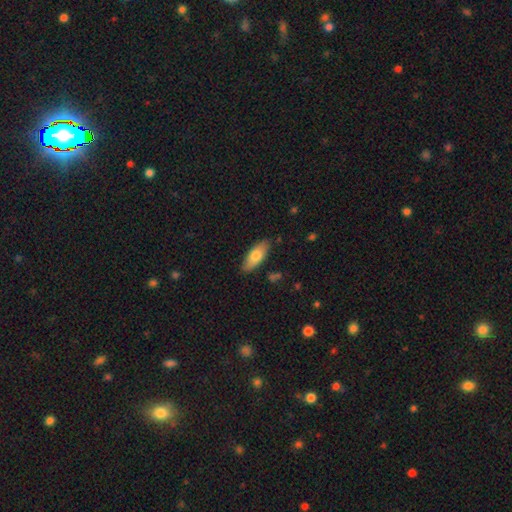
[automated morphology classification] smooth 74%, featured or disk 20%, star or artifact 6%. Down the decision tree: how rounded — in between (75%); merging — none (85%).